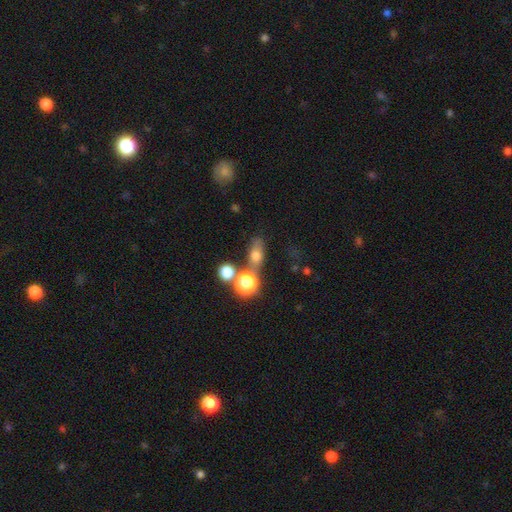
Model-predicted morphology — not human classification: Q: Smooth or featured?
A: smooth (64%); runner-up: star or artifact (19%)
Q: How rounded?
A: in between (57%); runner-up: round (31%)
Q: Merging?
A: none (54%); runner-up: merger (23%)